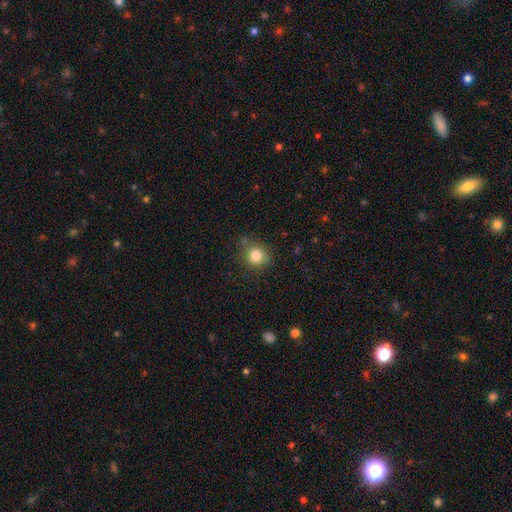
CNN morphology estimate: This appears to be a smooth galaxy with no disk features (82%) that is round (82%). Merging: none (74%).